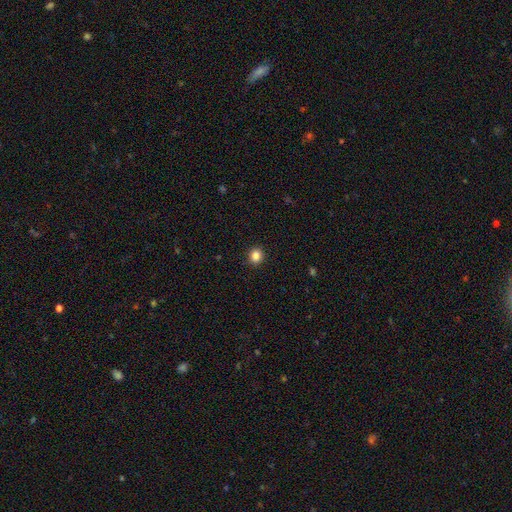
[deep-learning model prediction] smooth_or_featured: smooth (p=0.85) [alt: star or artifact p=0.11]
how_rounded: round (p=0.82) [alt: in between p=0.17]
merging: none (p=0.92) [alt: minor disturbance p=0.05]